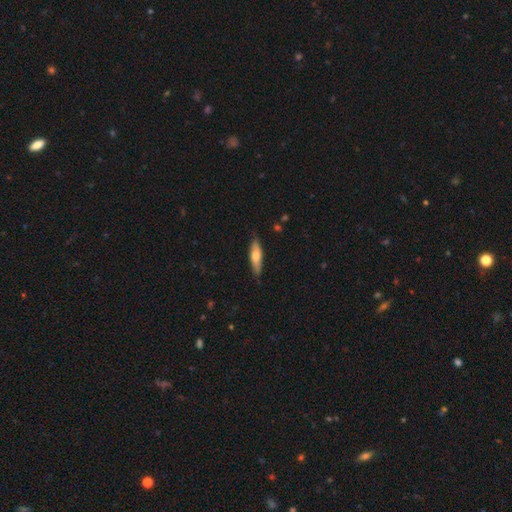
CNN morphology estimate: The model was most divided on "smooth or featured": smooth: 58%, featured or disk: 36%, star or artifact: 6%. More confident: merging — none (84%); how rounded — cigar-shaped (68%).